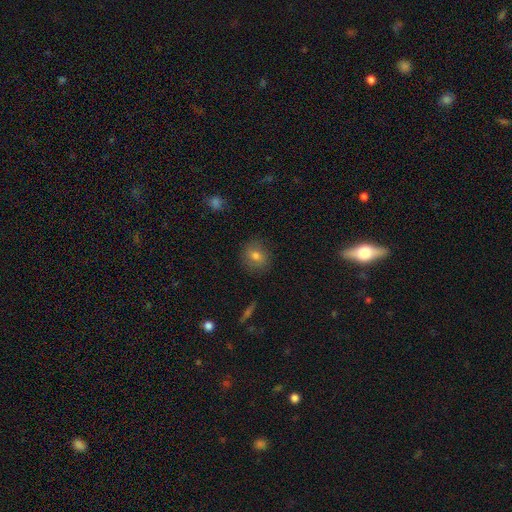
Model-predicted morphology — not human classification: A smooth galaxy with no disk features (75%) that is round (71%).

Vote fractions:
- Smooth or featured? smooth: 75% / featured or disk: 14% / star or artifact: 11%
- How rounded? round: 71% / in between: 28% / cigar-shaped: 1%
- Merging? none: 85% / minor disturbance: 11% / major disturbance: 3% / merger: 1%